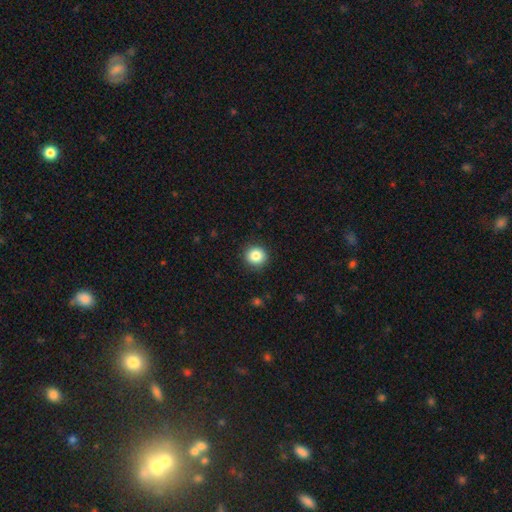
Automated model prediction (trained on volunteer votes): Overall: smooth (85%). How rounded: round (92%). Merging: none (91%).